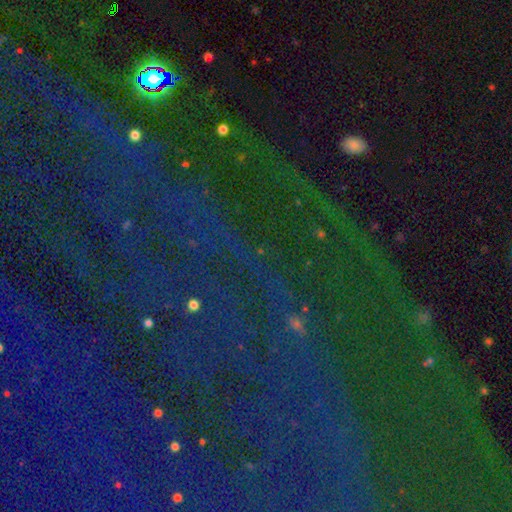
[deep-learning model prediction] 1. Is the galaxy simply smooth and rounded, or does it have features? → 82% star or artifact, 10% smooth, 8% featured or disk.